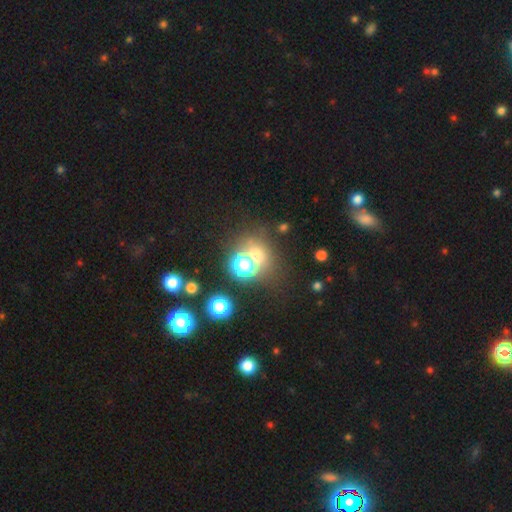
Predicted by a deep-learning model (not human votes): This appears to be a smooth galaxy with no disk features (56%) that is round (78%). Merging: none (54%).